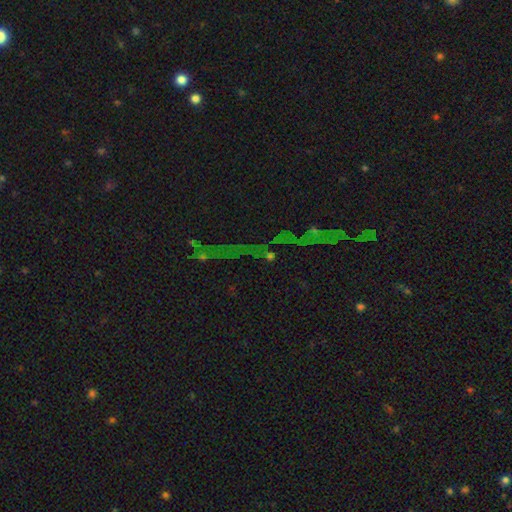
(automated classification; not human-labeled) Smooth or featured? Predicted: star or artifact (p=0.73).